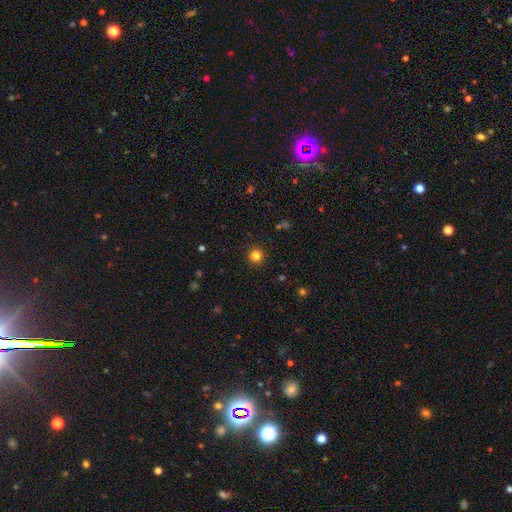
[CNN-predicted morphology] The model was most divided on "smooth or featured": smooth: 82%, star or artifact: 14%, featured or disk: 4%. More confident: how rounded — round (95%); merging — none (92%).